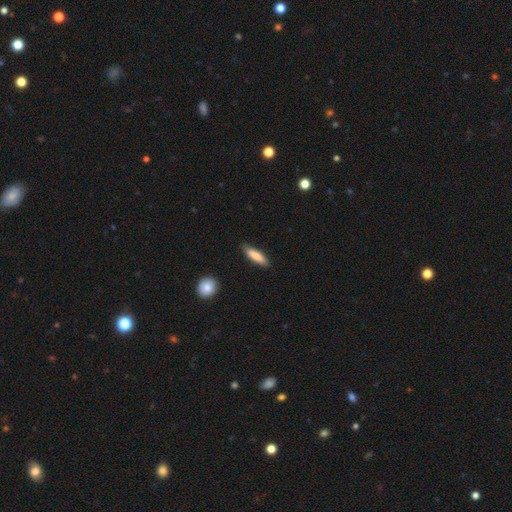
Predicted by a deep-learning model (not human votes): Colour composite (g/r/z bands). It shows a smooth galaxy with no disk features (82%) that is cigar-shaped (67%). Merging: none (85%).